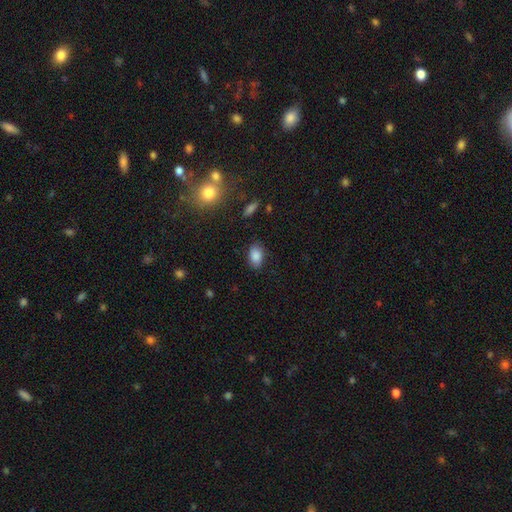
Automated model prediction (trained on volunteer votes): This is clearly a smooth galaxy (86%). How rounded: clearly in between (89%). Merging: clearly none (84%).